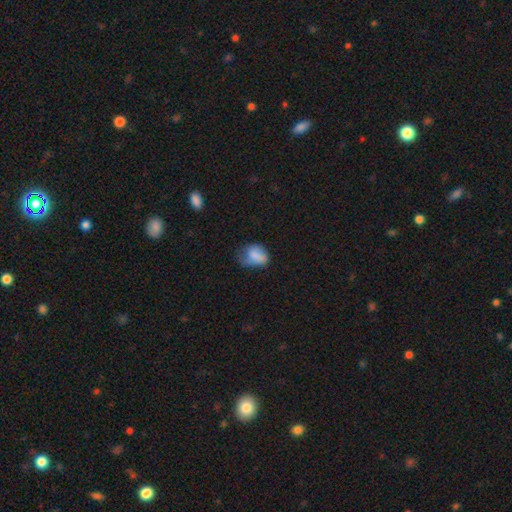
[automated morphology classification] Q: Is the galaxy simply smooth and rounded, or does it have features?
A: smooth — 77%.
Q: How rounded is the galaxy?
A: in between — 67%.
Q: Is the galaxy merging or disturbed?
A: minor disturbance — 40%.